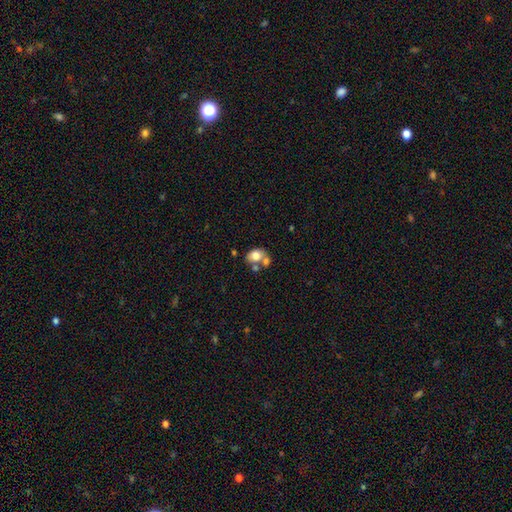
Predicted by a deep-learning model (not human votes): Overall: smooth (73%). How rounded: in between (65%; round 34%). Merging: merger (43%; none 38%).